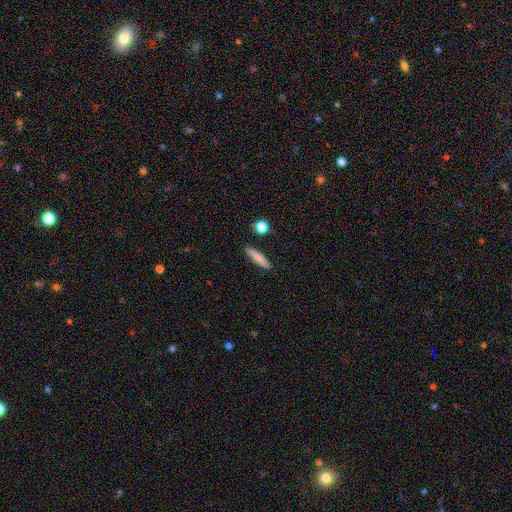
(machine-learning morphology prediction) Smooth or featured?
  - smooth: 78% *
  - featured or disk: 15%
  - star or artifact: 7%
How rounded?
  - cigar-shaped: 88% *
  - in between: 10%
  - round: 2%
Merging?
  - none: 89% *
  - minor disturbance: 7%
  - merger: 2%
  - major disturbance: 2%